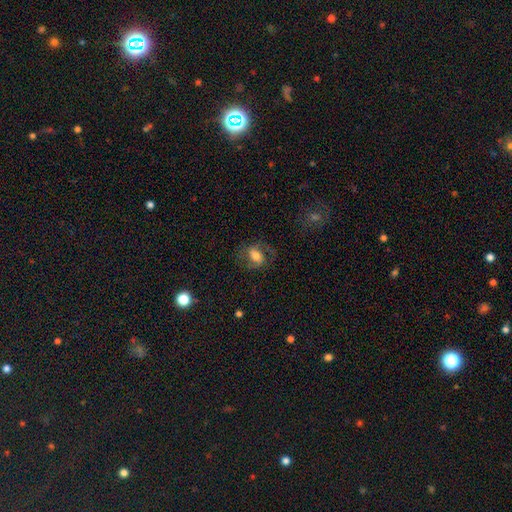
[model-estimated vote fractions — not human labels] A smooth galaxy with no disk features (48%). Merging: none (66%).